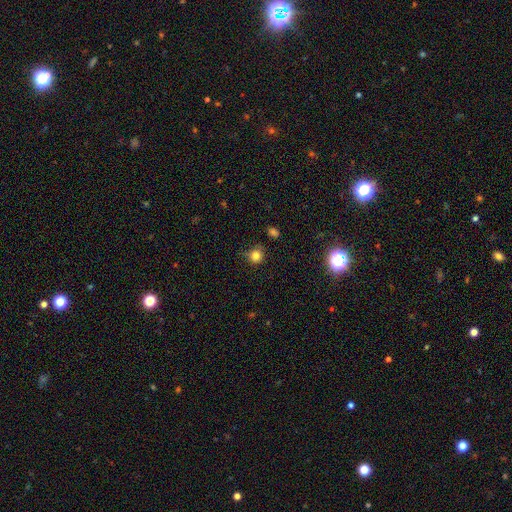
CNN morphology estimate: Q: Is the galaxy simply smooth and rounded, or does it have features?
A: smooth — 80%.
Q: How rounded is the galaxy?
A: round — 86%.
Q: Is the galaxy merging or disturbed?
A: none — 68%.